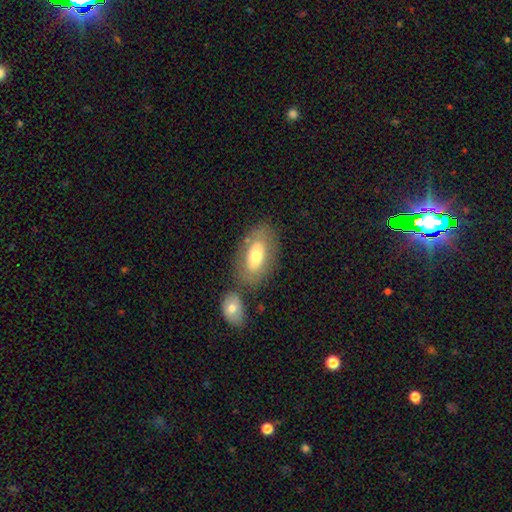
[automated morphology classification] Smooth or featured? Predicted: smooth (p=0.62). How rounded? Predicted: in between (p=0.91). Merging? Predicted: none (p=0.62).